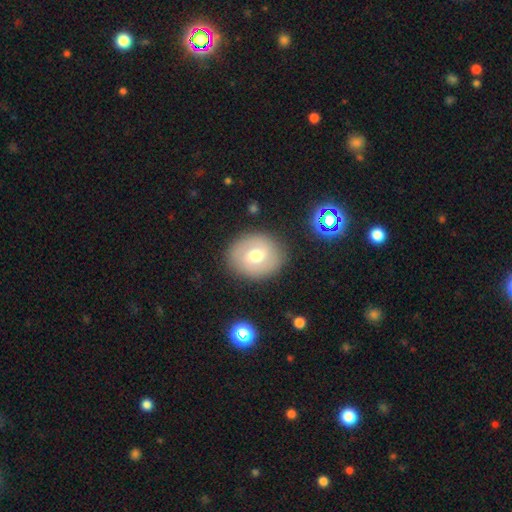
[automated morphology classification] The model was most divided on "smooth or featured": smooth: 56%, featured or disk: 35%, star or artifact: 9%. More confident: merging — none (84%); how rounded — round (65%).